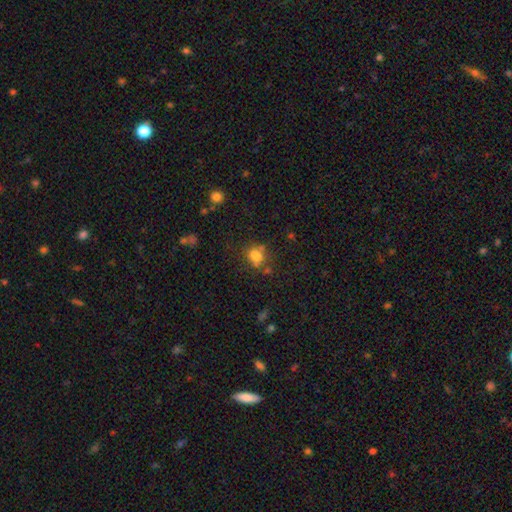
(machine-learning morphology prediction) The model was most divided on "how rounded": round: 52%, in between: 47%, cigar-shaped: 1%. More confident: smooth or featured — smooth (74%); merging — none (56%).